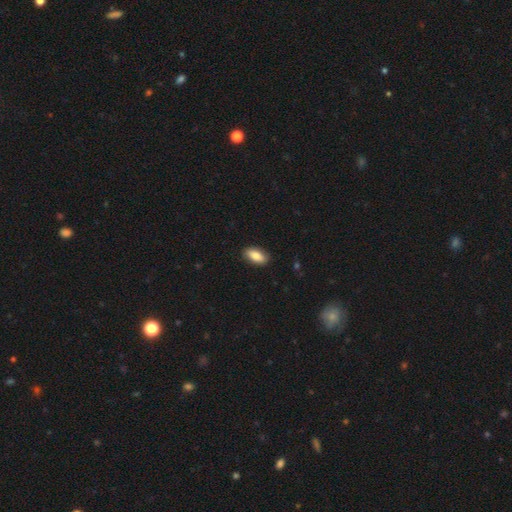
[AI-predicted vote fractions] Smooth or featured: smooth — 83% (featured or disk — 11%)
How rounded: in between — 89% (cigar-shaped — 8%)
Merging: none — 87% (minor disturbance — 10%)